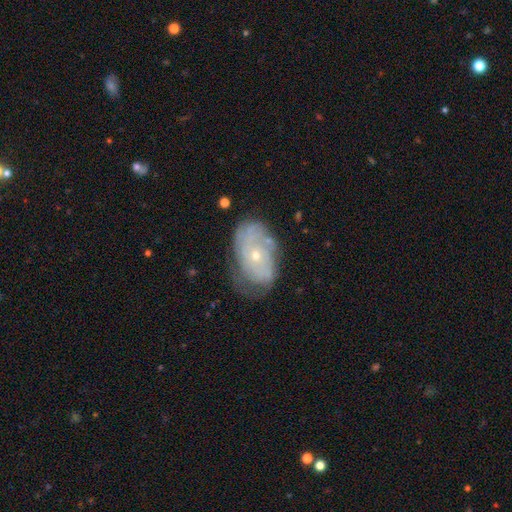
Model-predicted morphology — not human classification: A featured or disk galaxy (67%) with no bar (86%), spiral arms (71%) and a small central bulge (71%). Merging: none (57%).